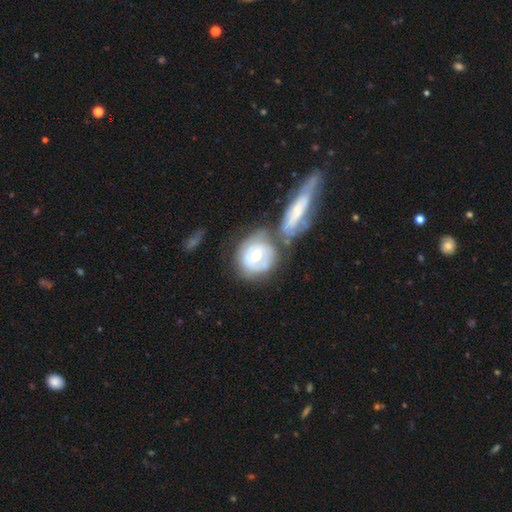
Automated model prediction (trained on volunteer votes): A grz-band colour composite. It shows a featured or disk galaxy (61%) with no bar (72%), no spiral arms (52%) and a moderate central bulge (75%). Merging: none (37%).